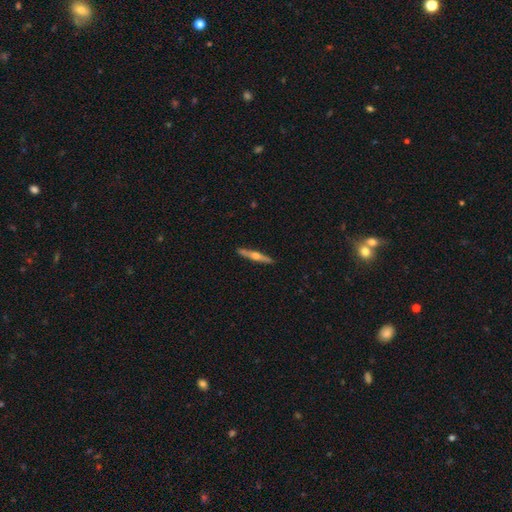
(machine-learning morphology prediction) Smooth or featured?
  - featured or disk: 67% *
  - smooth: 27%
  - star or artifact: 6%
Edge-on disk?
  - yes: 97% *
  - no: 3%
Edge-on bulge?
  - rounded: 91% *
  - none: 5%
  - boxy: 4%
Merging?
  - none: 91% *
  - minor disturbance: 7%
  - major disturbance: 1%
  - merger: 1%